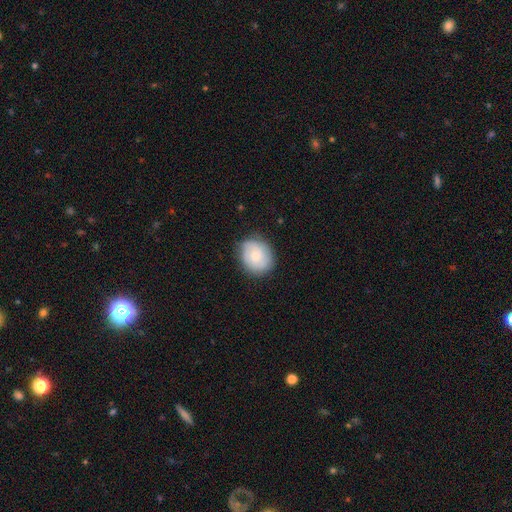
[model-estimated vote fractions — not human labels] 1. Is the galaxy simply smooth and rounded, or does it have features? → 59% smooth, 35% featured or disk, 7% star or artifact.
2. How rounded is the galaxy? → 61% round, 38% in between, 1% cigar-shaped.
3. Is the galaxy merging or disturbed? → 79% none, 16% minor disturbance, 4% major disturbance, 1% merger.